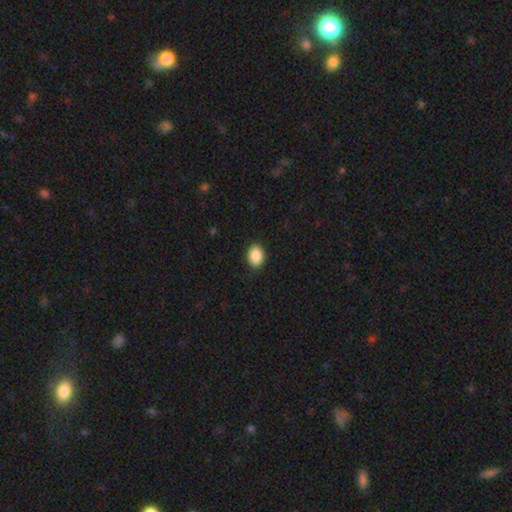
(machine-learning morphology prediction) Overall: smooth (89%). How rounded: in between (73%). Merging: none (88%).